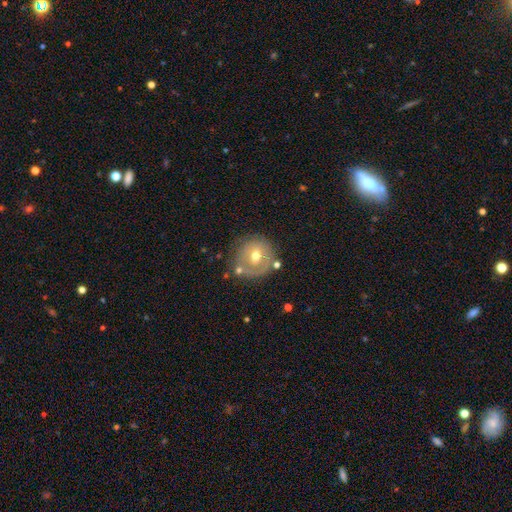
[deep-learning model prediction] The model was most divided on "smooth or featured": featured or disk: 48%, smooth: 44%, star or artifact: 8%. More confident: merging — none (66%).